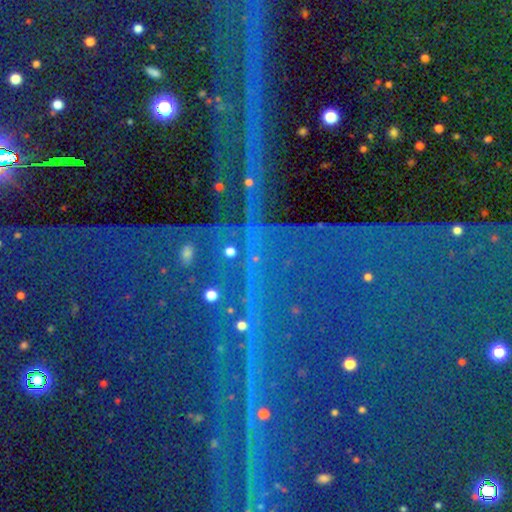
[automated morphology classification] The model was most divided on "smooth or featured": star or artifact: 87%, featured or disk: 7%, smooth: 6%.